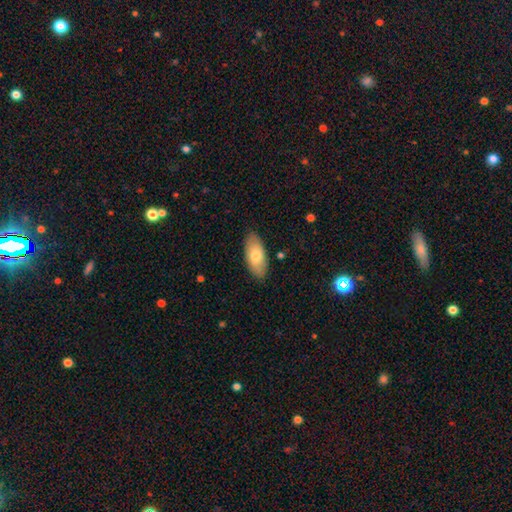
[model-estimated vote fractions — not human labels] smooth-or-featured: smooth: 76% | featured or disk: 19% | star or artifact: 6%
  how-rounded: in between: 91% | cigar-shaped: 7% | round: 2%
  merging: none: 86% | minor disturbance: 10% | major disturbance: 2% | merger: 1%